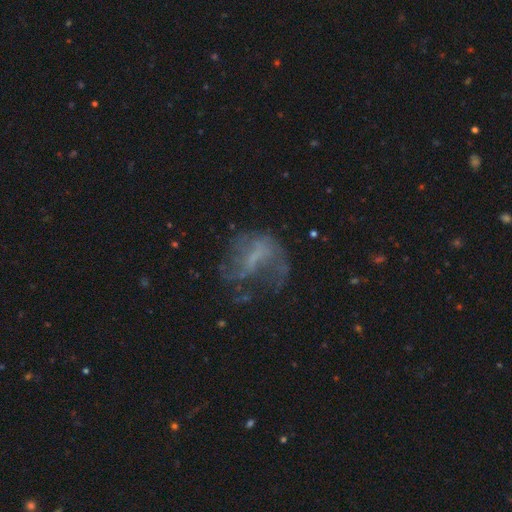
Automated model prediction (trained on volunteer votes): smooth_or_featured: featured or disk (p=0.60) [alt: smooth p=0.23]
disk_edge_on: no (p=0.96) [alt: yes p=0.04]
bar: no (p=0.43) [alt: weak p=0.37]
has_spiral_arms: yes (p=0.52) [alt: no p=0.48]
bulge_size: none (p=0.57) [alt: small p=0.23]
merging: none (p=0.40) [alt: major disturbance p=0.39]